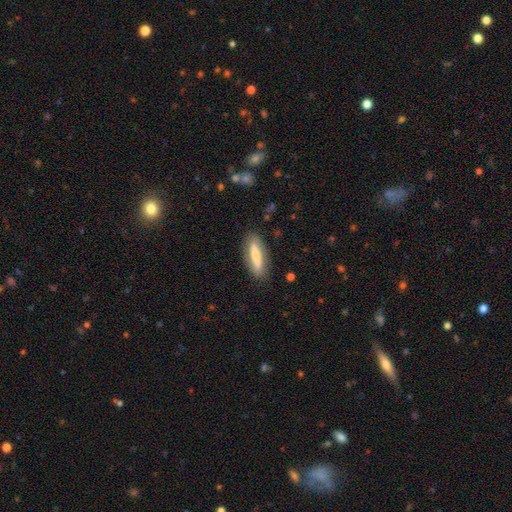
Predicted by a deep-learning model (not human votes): This is likely a smooth galaxy (62%). How rounded: possibly cigar-shaped (56%). Merging: clearly none (84%).